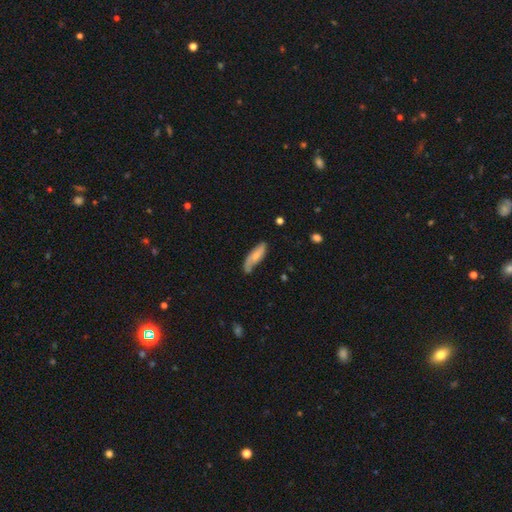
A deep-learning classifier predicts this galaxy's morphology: A smooth galaxy with no disk features (65%) that is in between round and cigar-shaped (52%).

Vote fractions:
- Smooth or featured? smooth: 65% / featured or disk: 29% / star or artifact: 6%
- How rounded? in between: 52% / cigar-shaped: 47% / round: 2%
- Merging? none: 57% / minor disturbance: 30% / major disturbance: 7% / merger: 5%